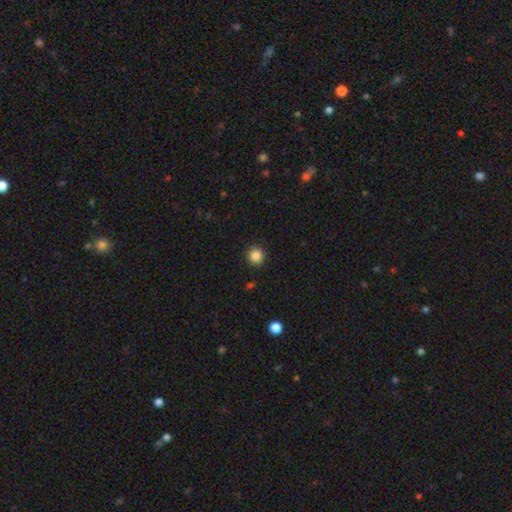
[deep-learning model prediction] A smooth galaxy with no disk features (86%) that is round (94%). Merging: none (92%).